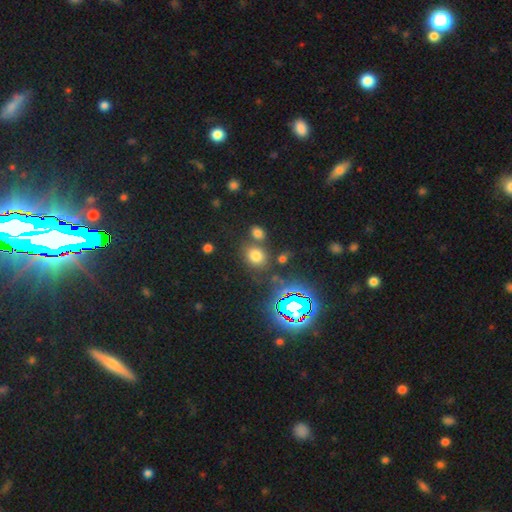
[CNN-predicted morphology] Smooth or featured? Predicted: smooth (p=0.67). How rounded? Predicted: round (p=0.68). Merging? Predicted: none (p=0.69).